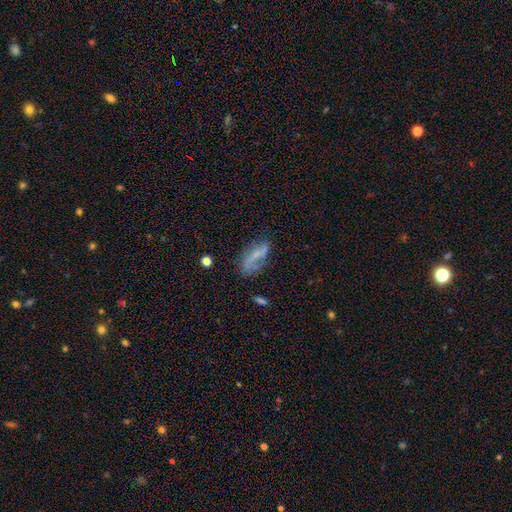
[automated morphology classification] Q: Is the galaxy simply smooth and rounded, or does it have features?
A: featured or disk — 48%.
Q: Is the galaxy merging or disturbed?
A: none — 43%.